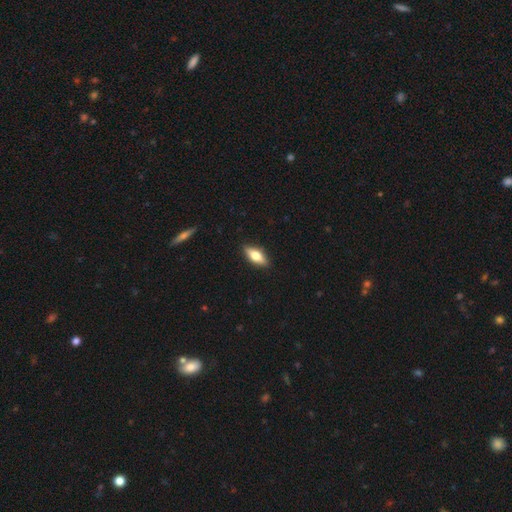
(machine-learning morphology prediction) The model was most divided on "smooth or featured": smooth: 61%, featured or disk: 32%, star or artifact: 7%. More confident: merging — none (89%); how rounded — in between (70%).